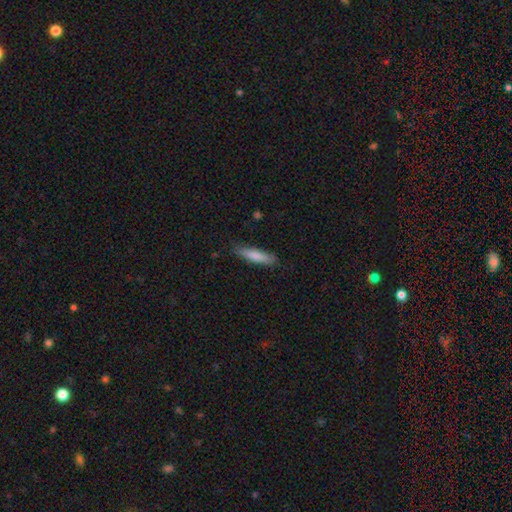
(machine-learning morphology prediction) smooth_or_featured: smooth (p=0.80) [alt: featured or disk p=0.14]
how_rounded: cigar-shaped (p=0.77) [alt: in between p=0.21]
merging: none (p=0.83) [alt: minor disturbance p=0.13]